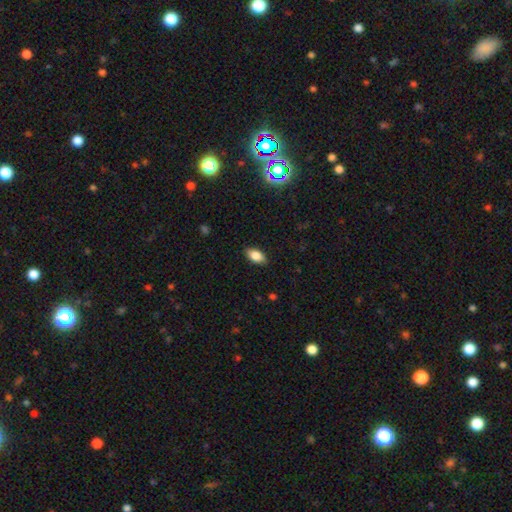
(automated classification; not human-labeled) smooth_or_featured: smooth (p=0.84) [alt: star or artifact p=0.08]
how_rounded: in between (p=0.92) [alt: round p=0.04]
merging: none (p=0.88) [alt: minor disturbance p=0.09]